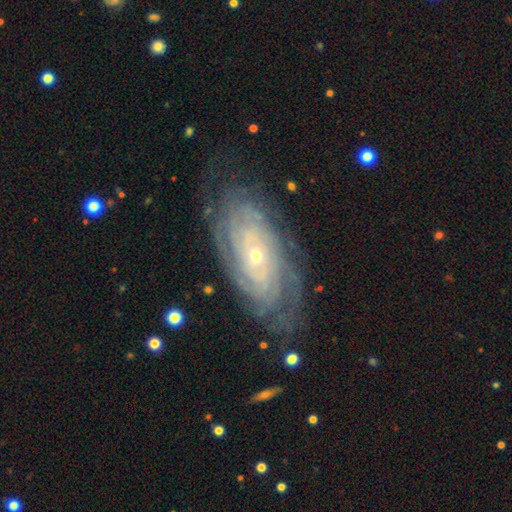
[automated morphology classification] featured or disk 87%, smooth 7%, star or artifact 6%. Down the decision tree: edge-on disk — no (94%); bar — no (78%); spiral arms — yes (96%); spiral arm count — can't tell (38%); spiral winding — tight (82%); bulge size — small (77%); merging — none (77%).